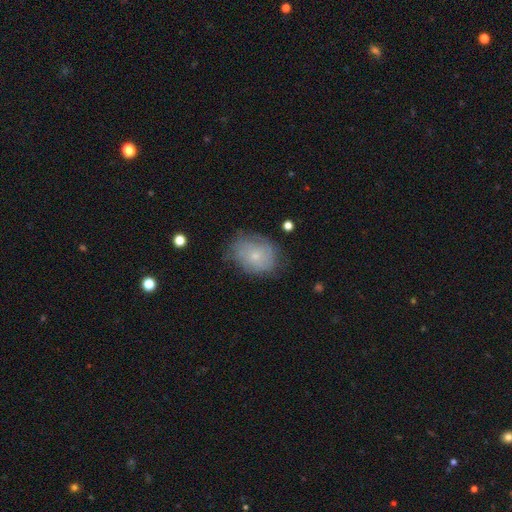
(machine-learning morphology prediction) Overall: smooth (46%; featured or disk 45%). Merging: none (63%; minor disturbance 26%).